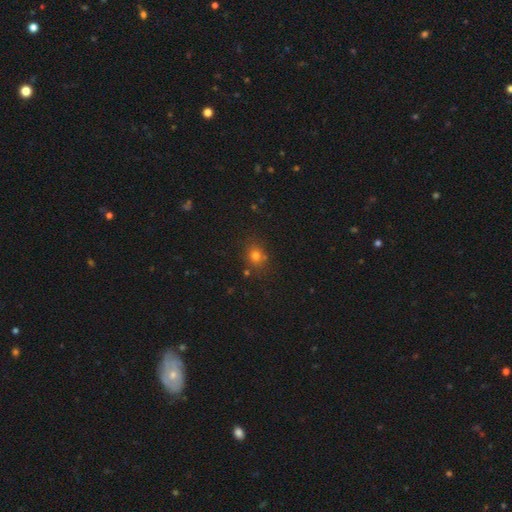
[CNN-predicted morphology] Smooth or featured? smooth (74%)
How rounded? round (74%)
Merging? none (76%)